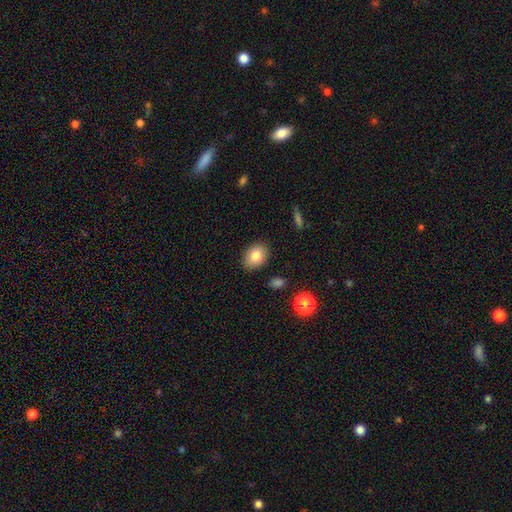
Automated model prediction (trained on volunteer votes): Smooth or featured?
  - smooth: 82% *
  - featured or disk: 9%
  - star or artifact: 8%
How rounded?
  - in between: 71% *
  - round: 28%
  - cigar-shaped: 1%
Merging?
  - none: 86% *
  - minor disturbance: 10%
  - major disturbance: 2%
  - merger: 2%